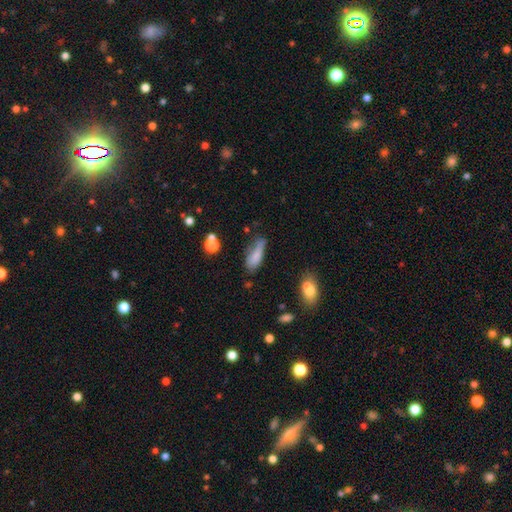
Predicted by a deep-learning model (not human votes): A smooth galaxy with no disk features (77%) that is in between round and cigar-shaped (55%).

Vote fractions:
- Smooth or featured? smooth: 77% / featured or disk: 14% / star or artifact: 9%
- How rounded? in between: 55% / cigar-shaped: 42% / round: 3%
- Merging? none: 41% / minor disturbance: 34% / major disturbance: 16% / merger: 8%